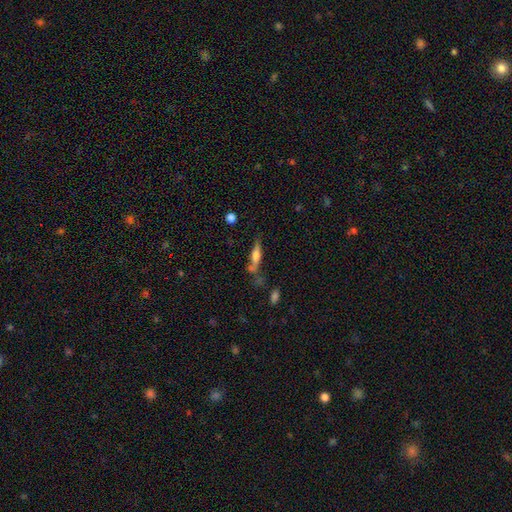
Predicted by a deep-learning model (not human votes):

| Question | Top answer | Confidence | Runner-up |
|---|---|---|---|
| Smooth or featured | smooth | 50% | featured or disk (42%) |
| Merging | none | 57% | minor disturbance (19%) |